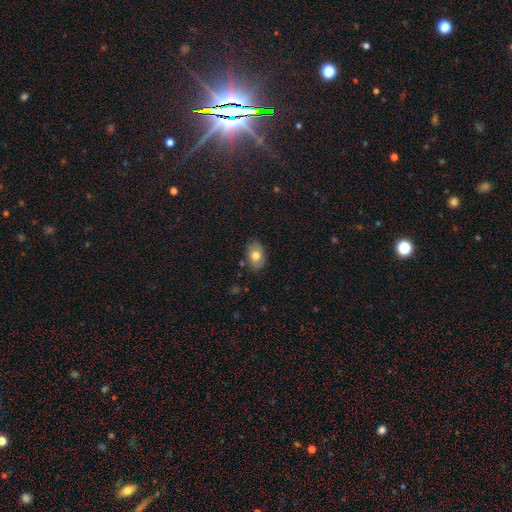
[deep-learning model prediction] This is likely a smooth galaxy (76%). How rounded: clearly in between (84%). Merging: clearly none (82%).